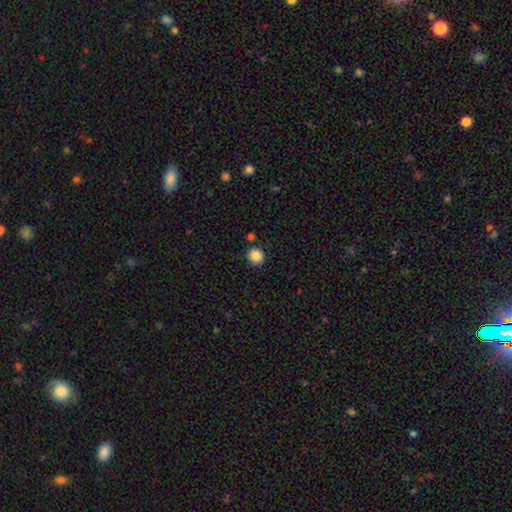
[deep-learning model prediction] A smooth galaxy with no disk features (87%) that is round (86%).

Vote fractions:
- Smooth or featured? smooth: 87% / star or artifact: 10% / featured or disk: 3%
- How rounded? round: 86% / in between: 13% / cigar-shaped: 1%
- Merging? none: 83% / minor disturbance: 10% / merger: 4% / major disturbance: 2%